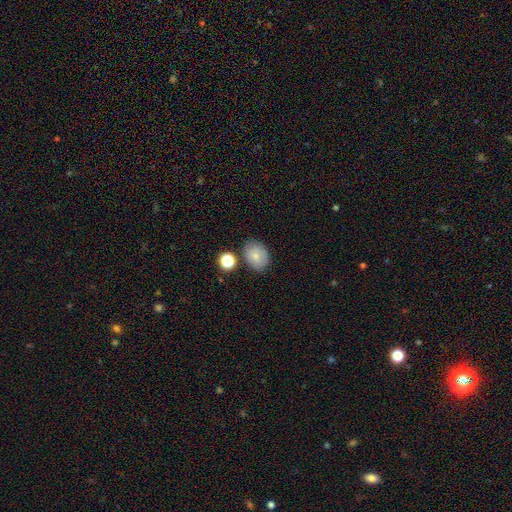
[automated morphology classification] Smooth or featured? smooth (77%)
How rounded? in between (62%)
Merging? none (76%)